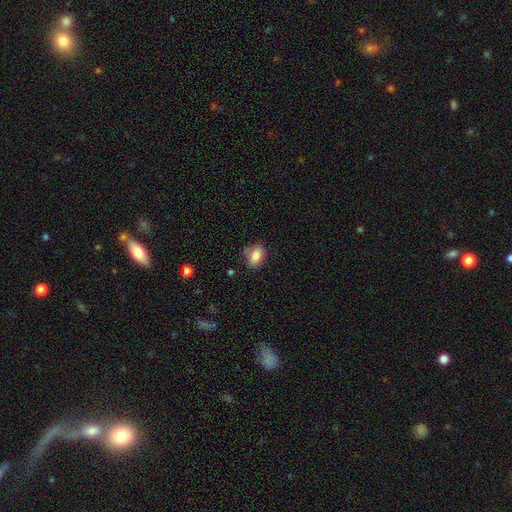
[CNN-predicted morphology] A smooth galaxy with no disk features (85%) that is in between round and cigar-shaped (84%). Merging: none (70%).